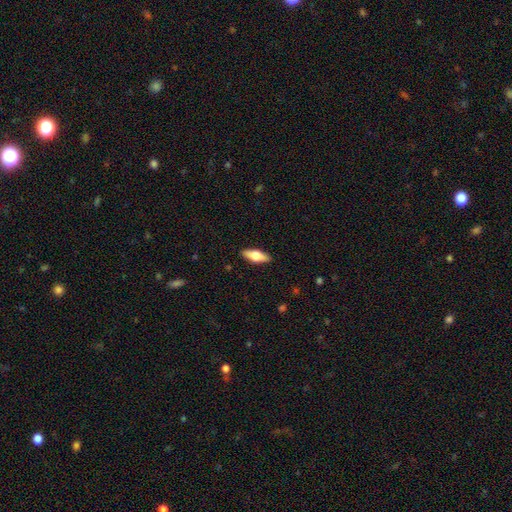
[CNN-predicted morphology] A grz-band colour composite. It shows a smooth galaxy with no disk features (58%) that is in between round and cigar-shaped (65%). Merging: none (89%).